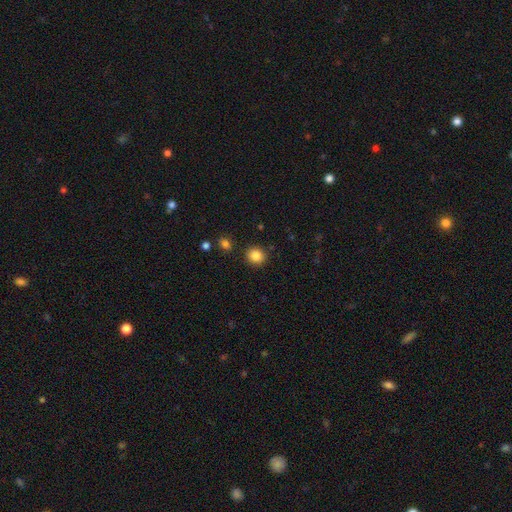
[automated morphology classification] Smooth or featured?
  - smooth: 86% *
  - star or artifact: 10%
  - featured or disk: 4%
How rounded?
  - round: 82% *
  - in between: 17%
  - cigar-shaped: 1%
Merging?
  - none: 88% *
  - minor disturbance: 7%
  - merger: 3%
  - major disturbance: 2%